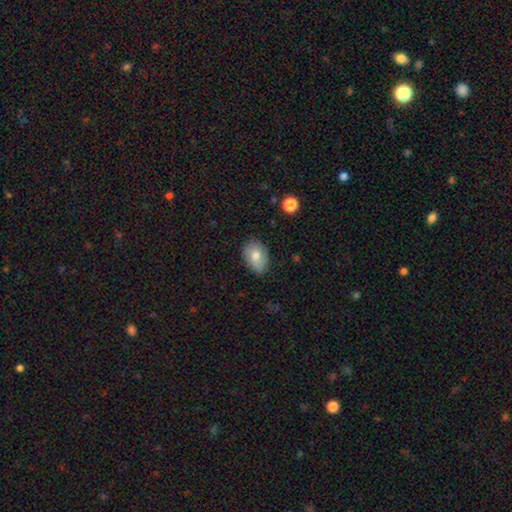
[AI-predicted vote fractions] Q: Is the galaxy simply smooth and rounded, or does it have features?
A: smooth — 72%.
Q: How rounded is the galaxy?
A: in between — 81%.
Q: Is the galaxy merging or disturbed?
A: none — 74%.